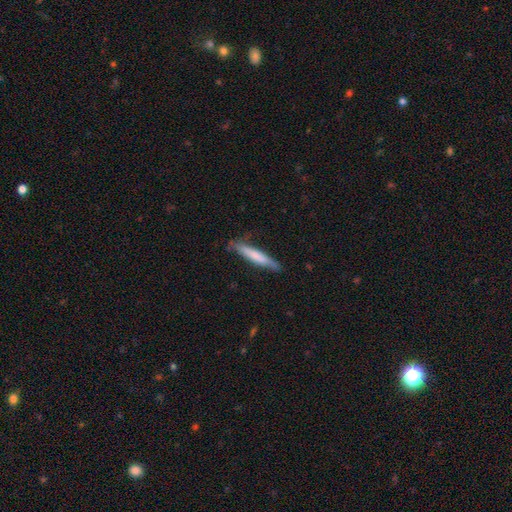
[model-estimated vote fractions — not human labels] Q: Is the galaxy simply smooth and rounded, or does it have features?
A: smooth — 67%.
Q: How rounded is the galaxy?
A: cigar-shaped — 93%.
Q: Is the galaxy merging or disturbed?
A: none — 79%.